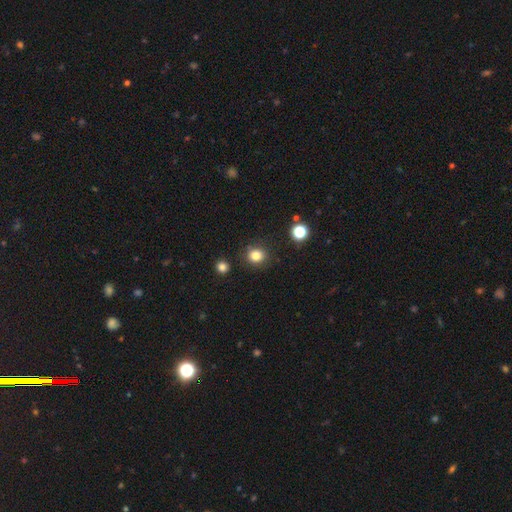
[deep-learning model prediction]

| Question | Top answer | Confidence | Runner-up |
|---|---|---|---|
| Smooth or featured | smooth | 82% | star or artifact (13%) |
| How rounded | round | 80% | in between (19%) |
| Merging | none | 85% | minor disturbance (9%) |